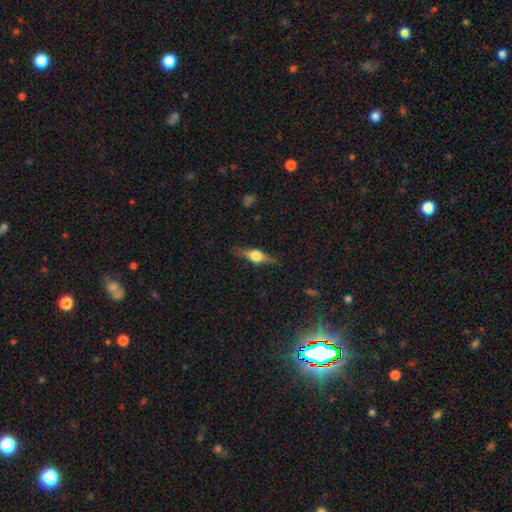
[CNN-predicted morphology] A featured or disk galaxy (73%) viewed edge-on (96%) with a rounded central bulge (93%). Merging: none (86%).